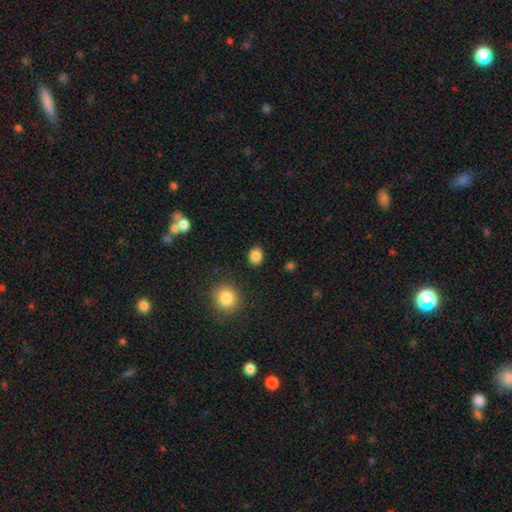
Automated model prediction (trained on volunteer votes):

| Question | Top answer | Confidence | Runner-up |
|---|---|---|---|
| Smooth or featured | smooth | 86% | star or artifact (10%) |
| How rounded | round | 58% | in between (41%) |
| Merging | none | 89% | minor disturbance (7%) |